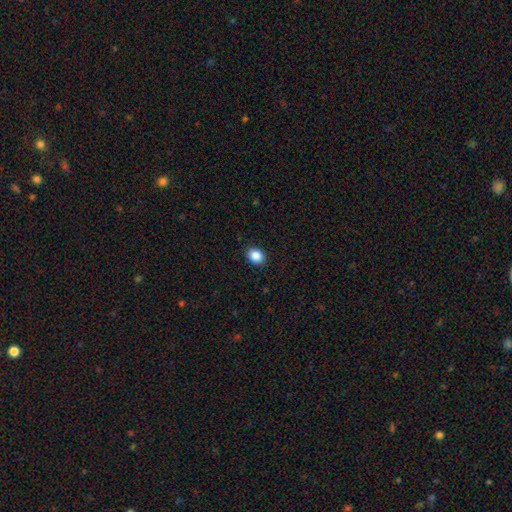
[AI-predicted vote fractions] Q: Smooth or featured?
A: smooth (87%); runner-up: star or artifact (9%)
Q: How rounded?
A: round (52%); runner-up: in between (47%)
Q: Merging?
A: none (89%); runner-up: minor disturbance (8%)